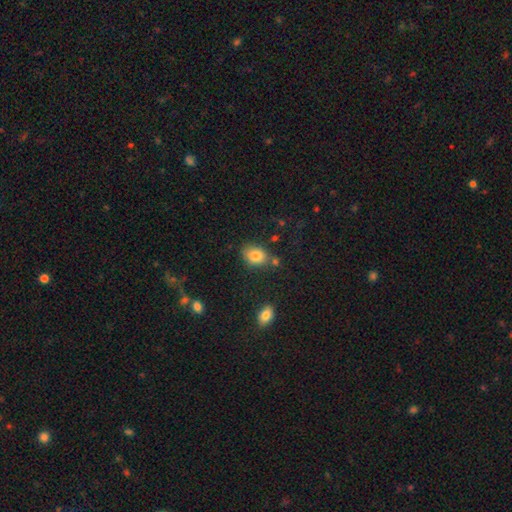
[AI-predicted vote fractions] Morphology: type=smooth (82%); roundness=in between (65%); merging=none (71%).